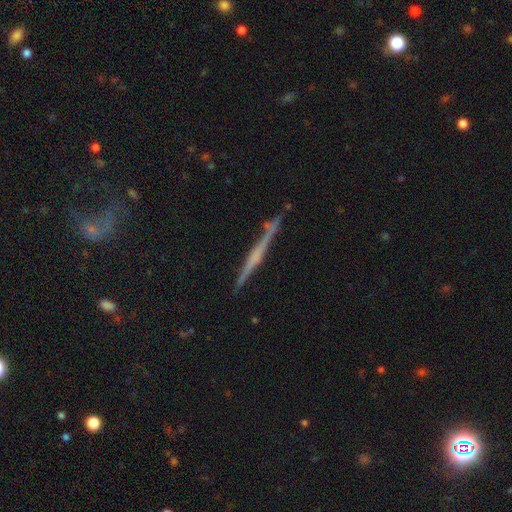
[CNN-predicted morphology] This is likely a featured or disk galaxy (69%). It is clearly viewed edge-on (97%). Edge-on bulge: possibly none (54%). Merging: clearly none (84%).